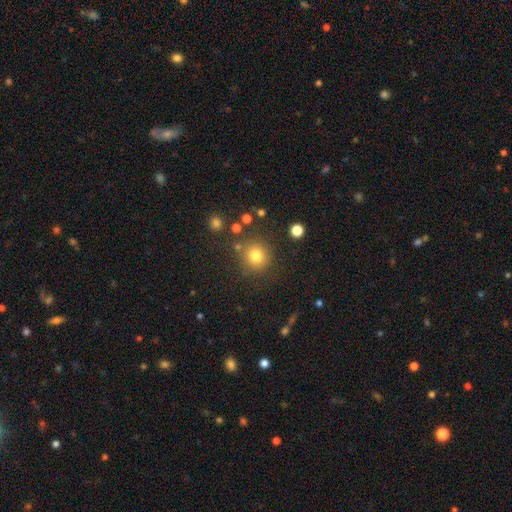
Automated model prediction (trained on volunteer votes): A smooth galaxy with no disk features (80%) that is round (92%).

Vote fractions:
- Smooth or featured? smooth: 80% / star or artifact: 13% / featured or disk: 7%
- How rounded? round: 92% / in between: 7% / cigar-shaped: 1%
- Merging? none: 82% / minor disturbance: 9% / merger: 5% / major disturbance: 4%